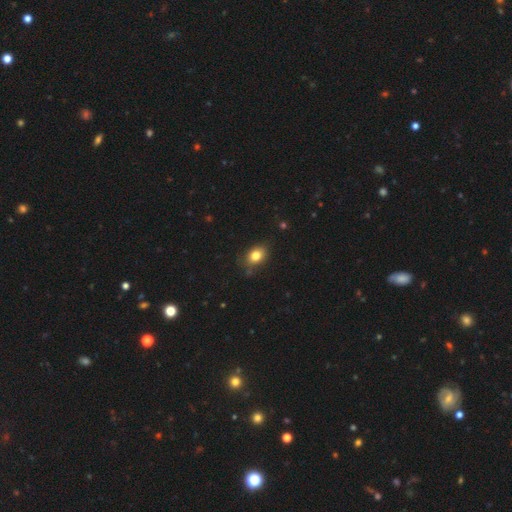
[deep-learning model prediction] This is clearly a smooth galaxy (81%). How rounded: likely in between (69%). Merging: likely none (79%).